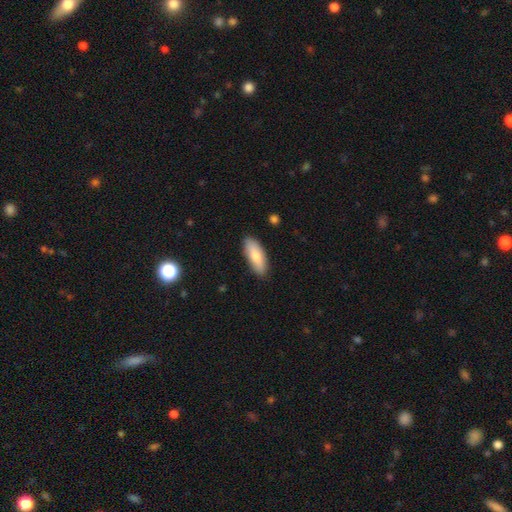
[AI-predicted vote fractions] smooth 78%, featured or disk 17%, star or artifact 6%. Down the decision tree: how rounded — in between (72%); merging — none (86%).